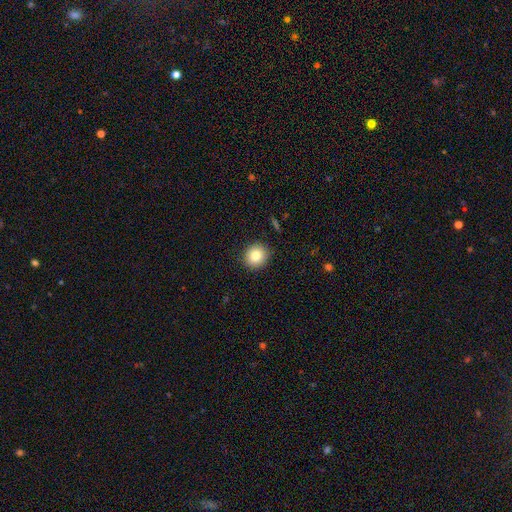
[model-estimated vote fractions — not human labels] This is clearly a smooth galaxy (83%). How rounded: clearly round (86%). Merging: clearly none (91%).